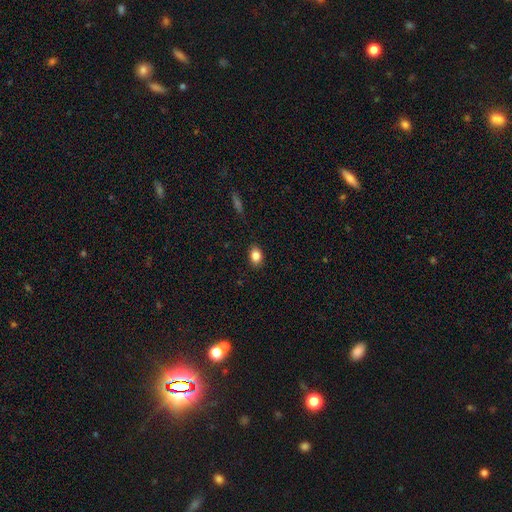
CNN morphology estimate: smooth-or-featured: smooth: 83% | star or artifact: 9% | featured or disk: 7%
  how-rounded: in between: 74% | round: 25% | cigar-shaped: 1%
  merging: none: 88% | minor disturbance: 9% | major disturbance: 2% | merger: 1%